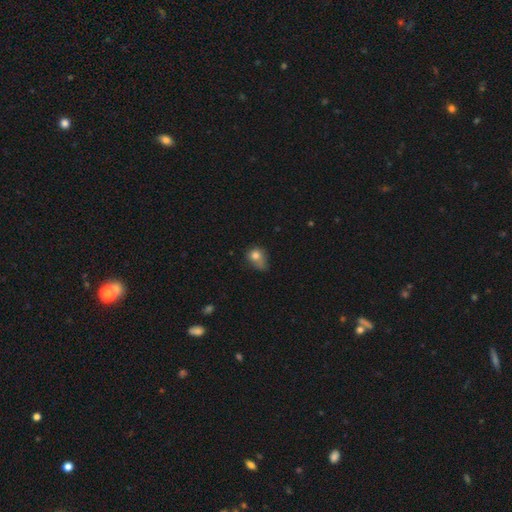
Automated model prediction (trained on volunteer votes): Overall: smooth (75%). How rounded: round (55%; in between 44%). Merging: minor disturbance (36%; none 32%).